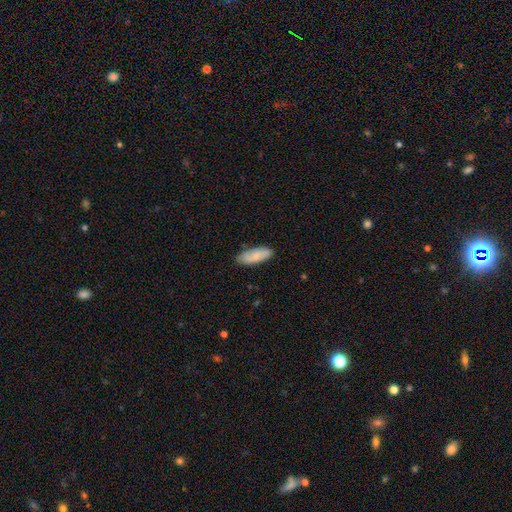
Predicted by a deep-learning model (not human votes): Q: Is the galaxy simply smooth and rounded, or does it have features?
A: smooth — 79%.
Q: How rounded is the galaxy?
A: in between — 74%.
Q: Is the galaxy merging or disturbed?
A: none — 81%.